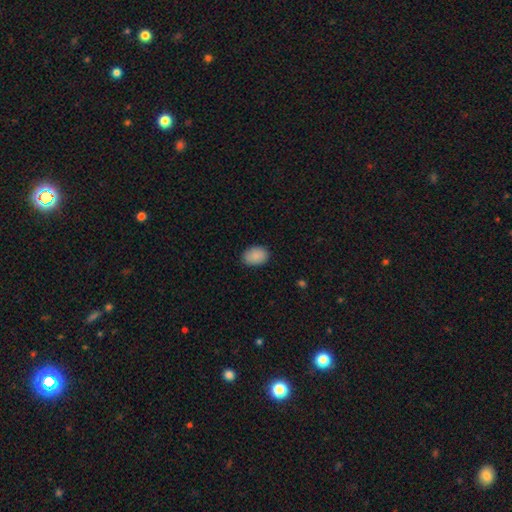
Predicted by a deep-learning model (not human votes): This is clearly a smooth galaxy (89%). How rounded: likely in between (80%). Merging: clearly none (85%).